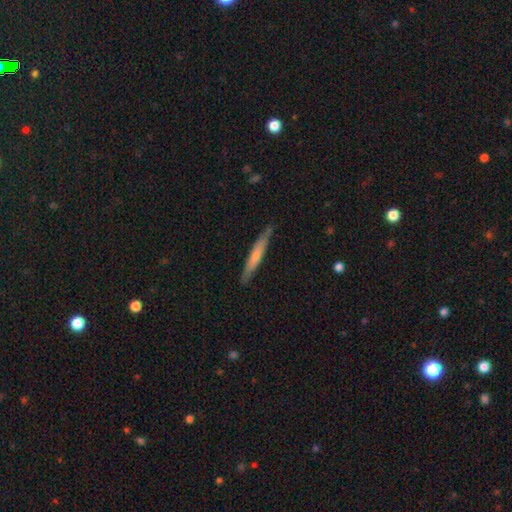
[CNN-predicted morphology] This is possibly a smooth galaxy (58%). How rounded: clearly cigar-shaped (95%). Merging: clearly none (86%).